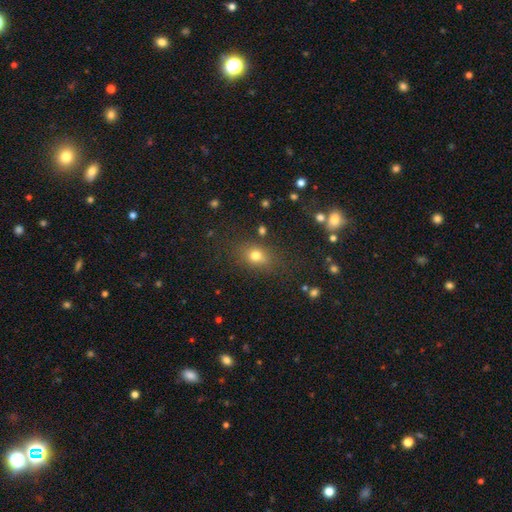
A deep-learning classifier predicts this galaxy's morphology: Smooth or featured: smooth — 73% (star or artifact — 16%)
How rounded: in between — 56% (round — 42%)
Merging: none — 76% (minor disturbance — 14%)